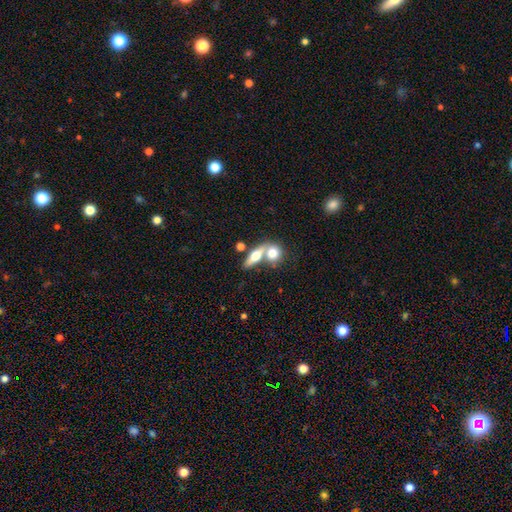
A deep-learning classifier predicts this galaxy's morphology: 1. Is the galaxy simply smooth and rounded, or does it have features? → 53% smooth, 41% featured or disk, 7% star or artifact.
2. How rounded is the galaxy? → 48% in between, 33% cigar-shaped, 19% round.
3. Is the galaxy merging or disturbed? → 47% merger, 41% none, 8% minor disturbance, 4% major disturbance.